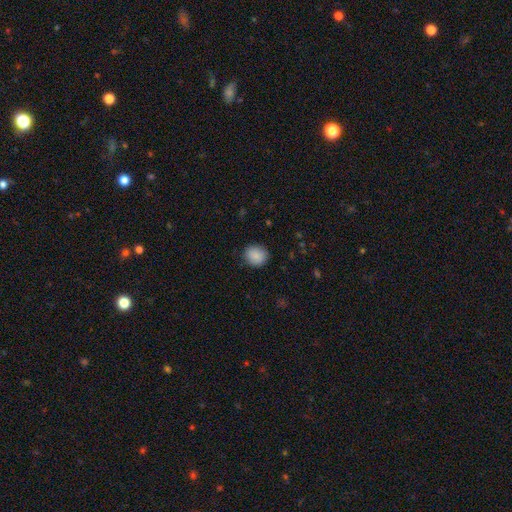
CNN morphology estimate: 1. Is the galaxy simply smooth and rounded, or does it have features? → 88% smooth, 8% star or artifact, 4% featured or disk.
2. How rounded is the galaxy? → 68% round, 31% in between, 1% cigar-shaped.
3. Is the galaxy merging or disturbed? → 86% none, 11% minor disturbance, 3% major disturbance, 1% merger.